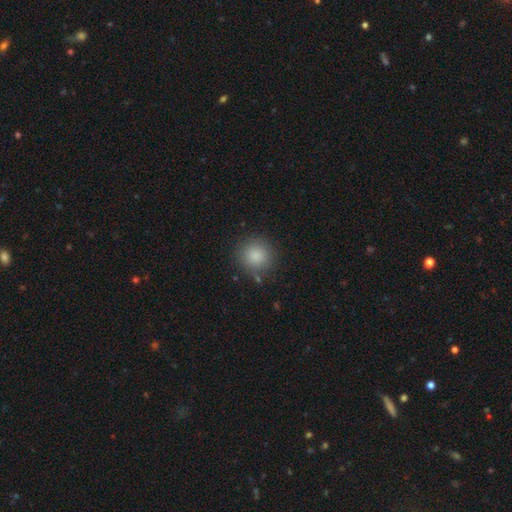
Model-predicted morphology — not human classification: Q: Smooth or featured?
A: smooth (86%); runner-up: star or artifact (9%)
Q: How rounded?
A: round (93%); runner-up: in between (6%)
Q: Merging?
A: none (85%); runner-up: minor disturbance (9%)